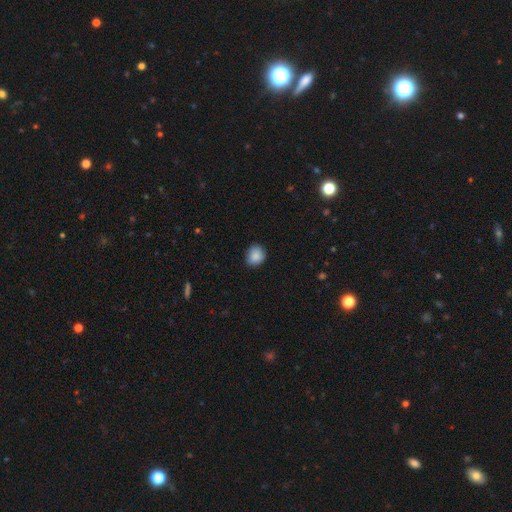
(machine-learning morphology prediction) The model was most divided on "how rounded": round: 71%, in between: 28%, cigar-shaped: 1%. More confident: smooth or featured — smooth (88%); merging — none (82%).